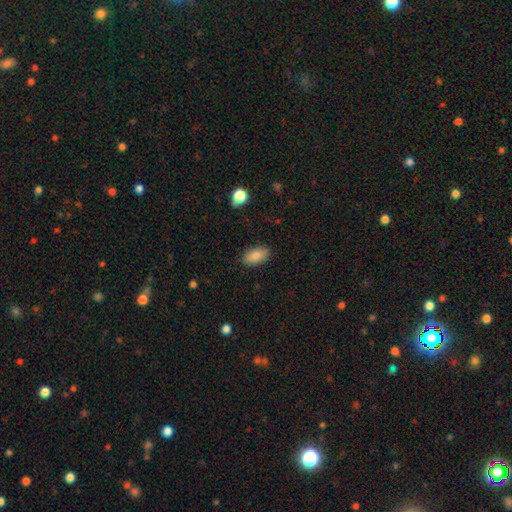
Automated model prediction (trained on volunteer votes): Smooth or featured? Predicted: smooth (p=0.84). How rounded? Predicted: in between (p=0.92). Merging? Predicted: none (p=0.87).